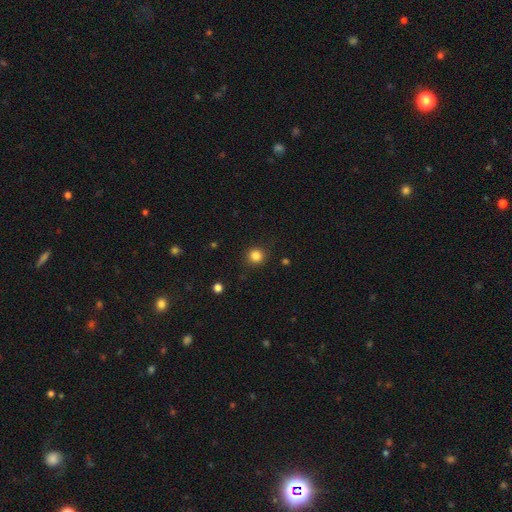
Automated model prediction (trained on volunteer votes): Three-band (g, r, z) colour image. It shows a smooth galaxy with no disk features (84%) that is round (92%). Merging: none (89%).